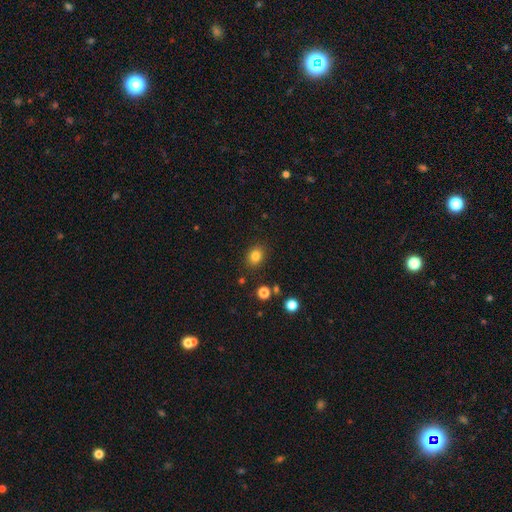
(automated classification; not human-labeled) This appears to be a smooth galaxy with no disk features (82%) that is round (54%). Merging: none (86%).